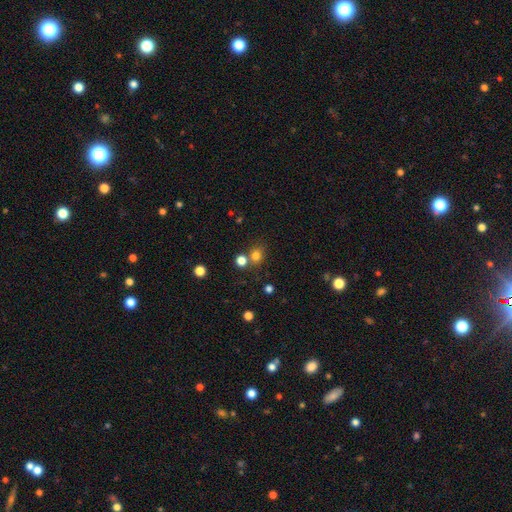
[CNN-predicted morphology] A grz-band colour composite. It shows a smooth galaxy with no disk features (77%) that is round (78%). Merging: none (66%).